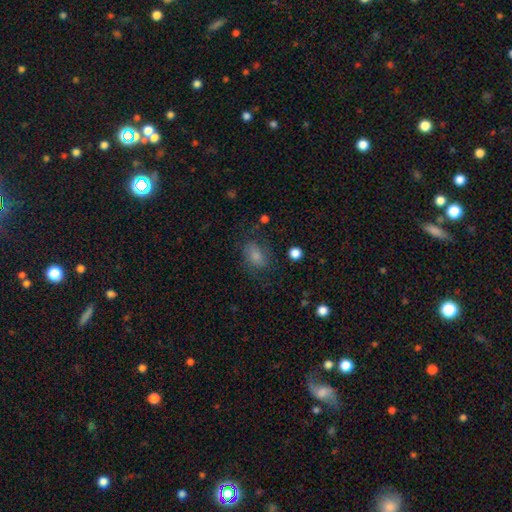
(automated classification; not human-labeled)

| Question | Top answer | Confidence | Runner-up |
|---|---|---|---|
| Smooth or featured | smooth | 74% | featured or disk (15%) |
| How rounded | in between | 75% | round (24%) |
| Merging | none | 63% | minor disturbance (21%) |